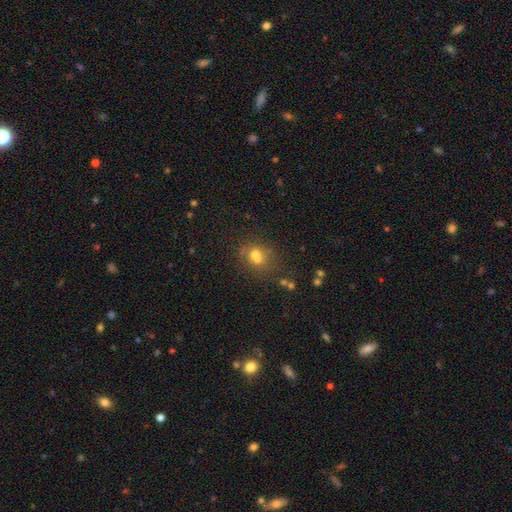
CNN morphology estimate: A smooth galaxy with no disk features (62%) that is round (57%). Merging: merger (44%).